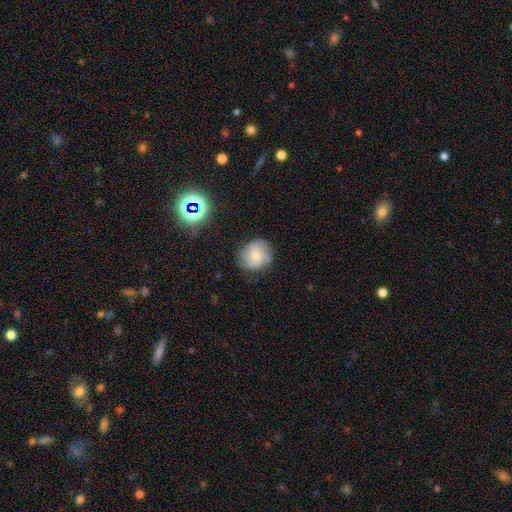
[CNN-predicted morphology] Smooth or featured? smooth (57%)
How rounded? round (82%)
Merging? none (71%)